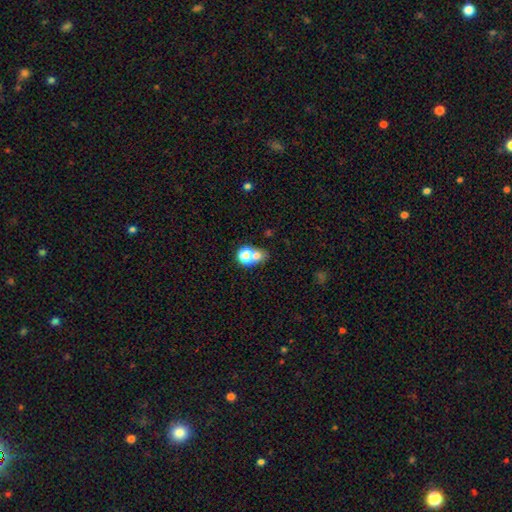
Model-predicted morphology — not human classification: Smooth or featured? Predicted: smooth (p=0.67). How rounded? Predicted: round (p=0.68). Merging? Predicted: merger (p=0.48).